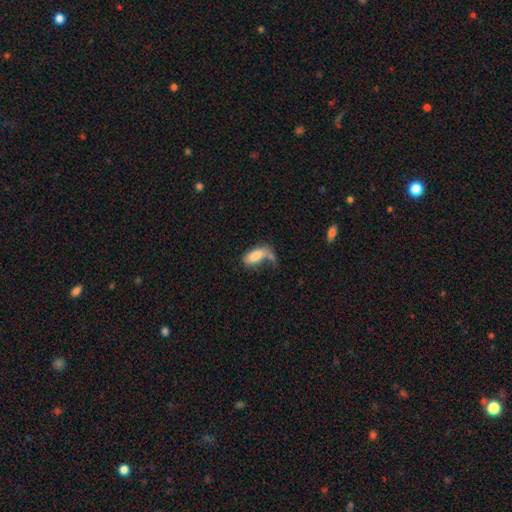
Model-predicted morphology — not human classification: Overall: smooth (76%). How rounded: in between (86%). Merging: none (31%; major disturbance 27%).